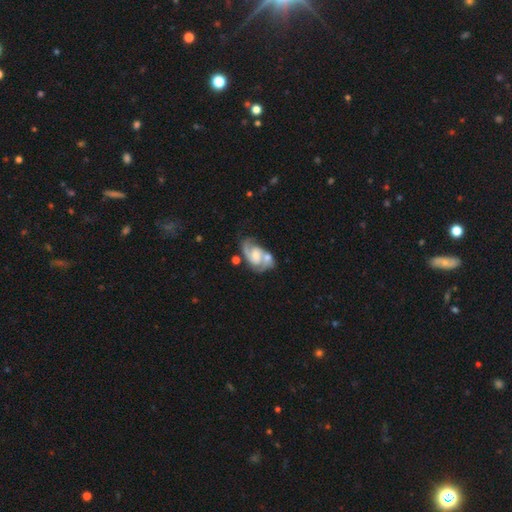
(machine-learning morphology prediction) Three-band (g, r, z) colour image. It shows a featured or disk galaxy (82%) with a weak bar (44%), 2 (86%) medium (53%) spiral arms (95%) and a moderate central bulge (41%). Merging: none (40%).